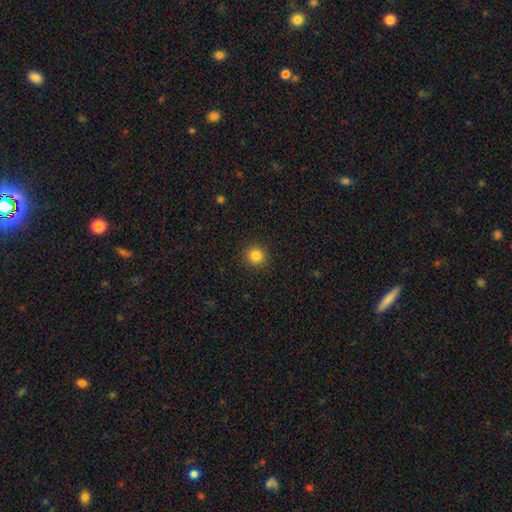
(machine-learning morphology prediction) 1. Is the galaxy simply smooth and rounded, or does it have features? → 84% smooth, 11% star or artifact, 5% featured or disk.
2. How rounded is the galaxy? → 92% round, 7% in between, 1% cigar-shaped.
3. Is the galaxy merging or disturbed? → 92% none, 5% minor disturbance, 2% major disturbance, 1% merger.